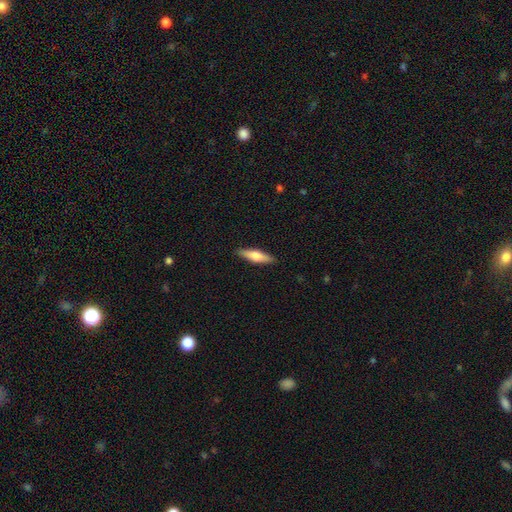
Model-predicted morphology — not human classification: smooth-or-featured: smooth: 56% | featured or disk: 39% | star or artifact: 6%
  how-rounded: cigar-shaped: 66% | in between: 31% | round: 2%
  merging: none: 89% | minor disturbance: 8% | major disturbance: 2% | merger: 1%